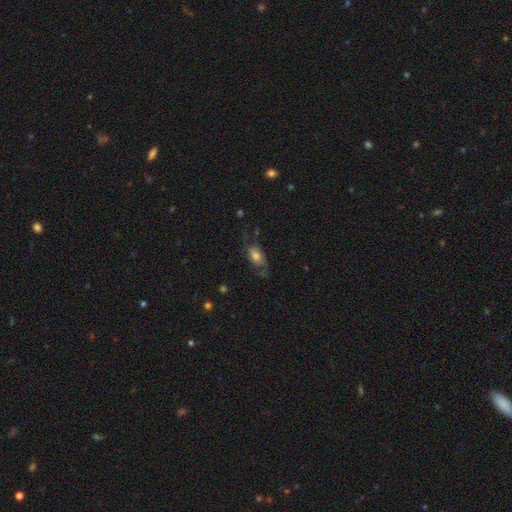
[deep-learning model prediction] Morphology: type=smooth (59%); roundness=in between (86%); merging=none (50%).